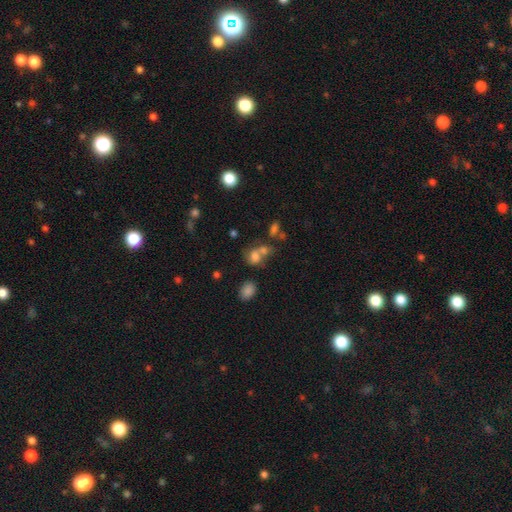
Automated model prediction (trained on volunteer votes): Smooth or featured? Predicted: smooth (p=0.67). How rounded? Predicted: in between (p=0.53). Merging? Predicted: merger (p=0.48).